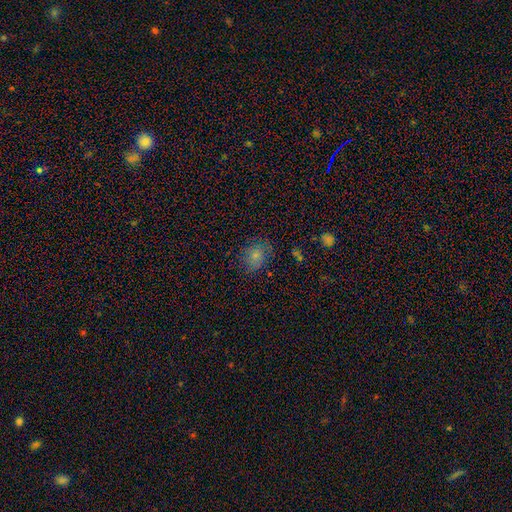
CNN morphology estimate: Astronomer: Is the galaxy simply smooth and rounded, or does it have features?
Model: smooth — 76%.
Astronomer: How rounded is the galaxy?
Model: round — 56% (runner-up: in between, 43%).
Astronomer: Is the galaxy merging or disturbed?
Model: none — 73%.